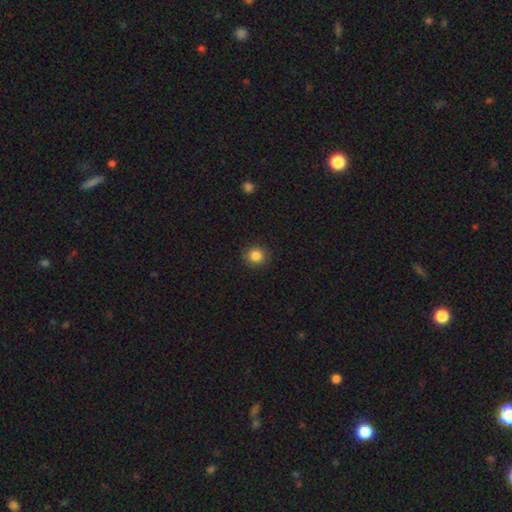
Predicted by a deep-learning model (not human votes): Smooth or featured: smooth — 85% (star or artifact — 11%)
How rounded: round — 89% (in between — 10%)
Merging: none — 89% (minor disturbance — 8%)